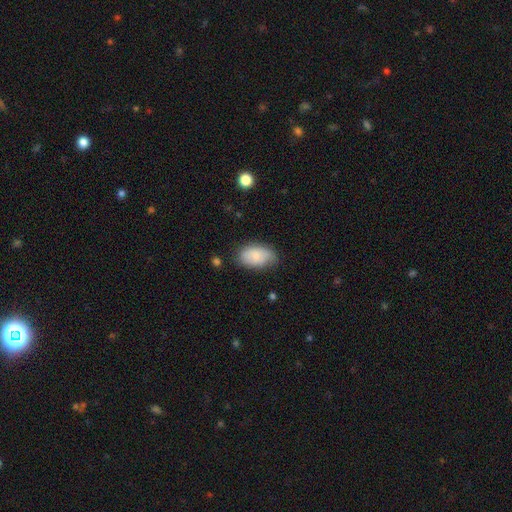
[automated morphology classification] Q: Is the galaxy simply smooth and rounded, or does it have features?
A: smooth — 80%.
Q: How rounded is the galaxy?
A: in between — 93%.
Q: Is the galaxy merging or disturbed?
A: none — 69%.